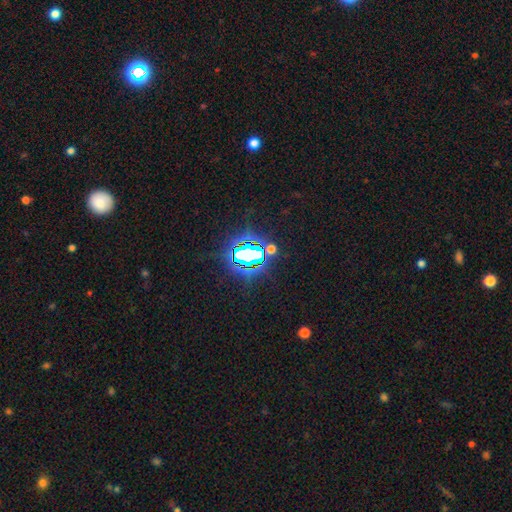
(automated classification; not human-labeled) smooth-or-featured: star or artifact: 82% | smooth: 11% | featured or disk: 7%